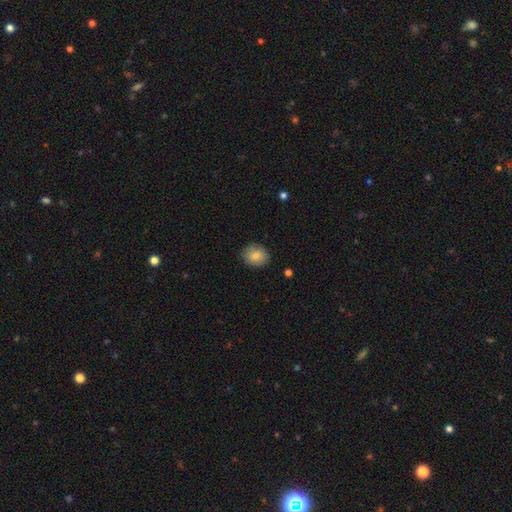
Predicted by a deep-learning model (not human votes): This appears to be a smooth galaxy with no disk features (83%) that is round (65%). Merging: none (86%).